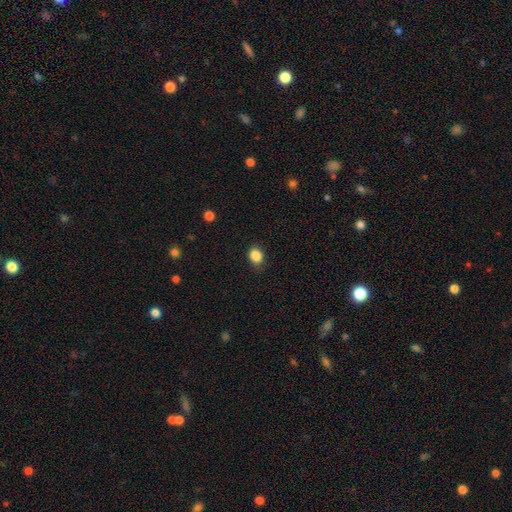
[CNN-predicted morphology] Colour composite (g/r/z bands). It shows a smooth galaxy with no disk features (86%) that is round (54%). Merging: none (79%).